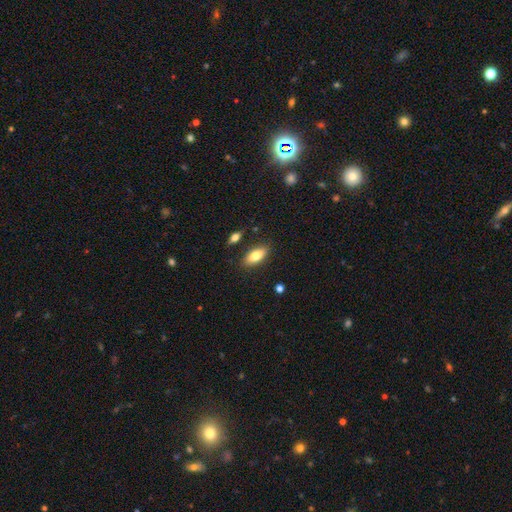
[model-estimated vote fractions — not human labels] Morphology: type=smooth (80%); roundness=in between (85%); merging=none (84%).